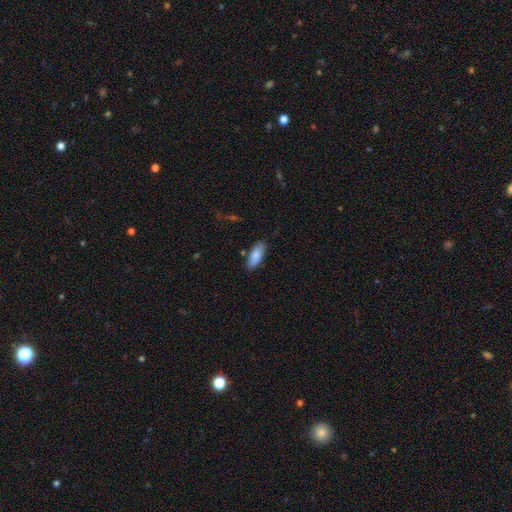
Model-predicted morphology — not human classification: Smooth or featured? Predicted: smooth (p=0.83). How rounded? Predicted: in between (p=0.80). Merging? Predicted: none (p=0.82).